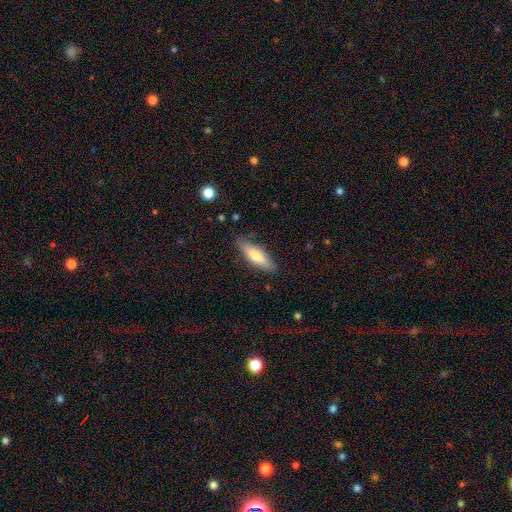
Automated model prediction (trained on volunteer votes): Smooth or featured: smooth — 74% (featured or disk — 21%)
How rounded: cigar-shaped — 52% (in between — 46%)
Merging: none — 83% (minor disturbance — 13%)